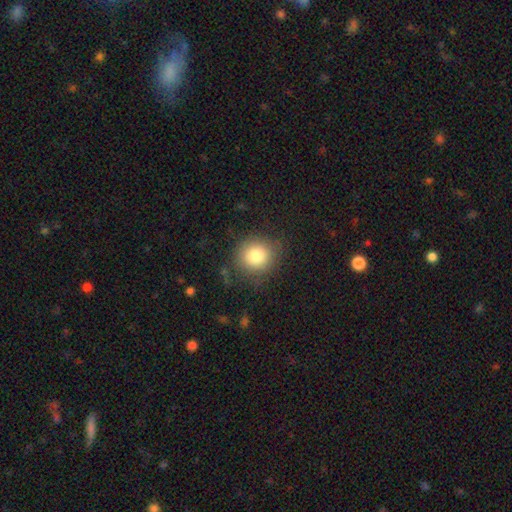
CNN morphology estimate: Q: Smooth or featured?
A: smooth (81%); runner-up: star or artifact (10%)
Q: How rounded?
A: round (85%); runner-up: in between (14%)
Q: Merging?
A: none (81%); runner-up: minor disturbance (13%)